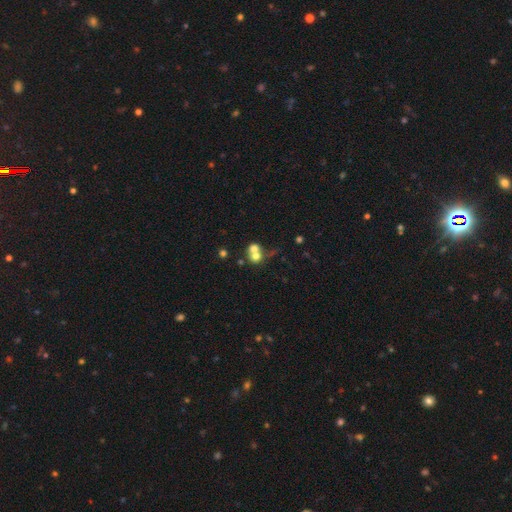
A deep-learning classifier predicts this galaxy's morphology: This is likely a smooth galaxy (65%). How rounded: likely round (79%). Merging: likely merger (60%).